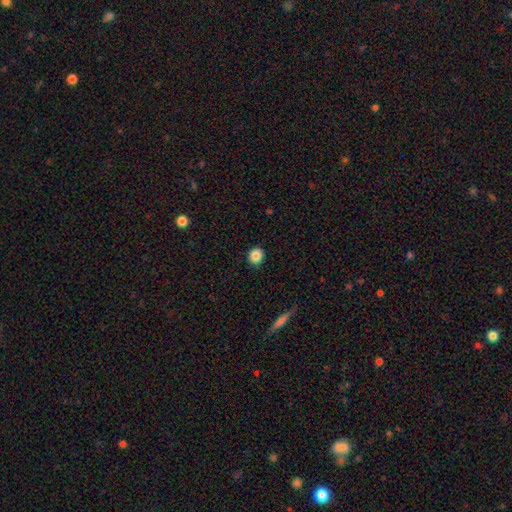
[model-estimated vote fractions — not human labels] Smooth or featured? smooth (85%)
How rounded? round (84%)
Merging? none (91%)